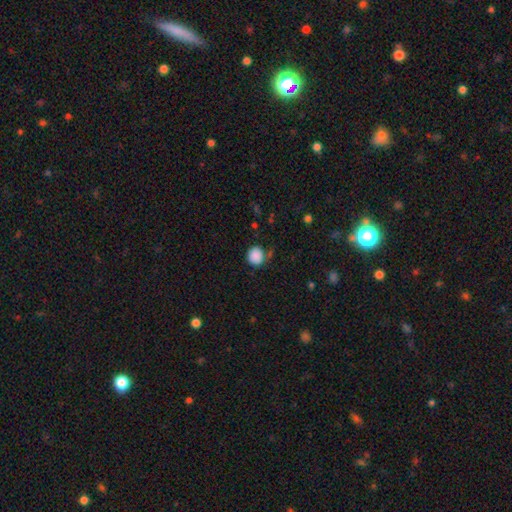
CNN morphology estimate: Smooth or featured: smooth — 87% (star or artifact — 9%)
How rounded: round — 85% (in between — 14%)
Merging: none — 72% (minor disturbance — 17%)